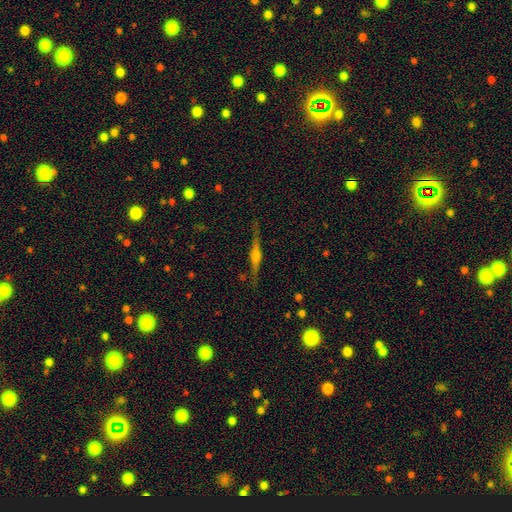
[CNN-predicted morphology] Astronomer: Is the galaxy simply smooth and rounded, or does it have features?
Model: featured or disk — 77%.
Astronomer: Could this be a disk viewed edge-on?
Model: yes — 98%.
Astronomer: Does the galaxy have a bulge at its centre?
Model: rounded — 77%.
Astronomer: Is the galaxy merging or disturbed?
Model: none — 86%.